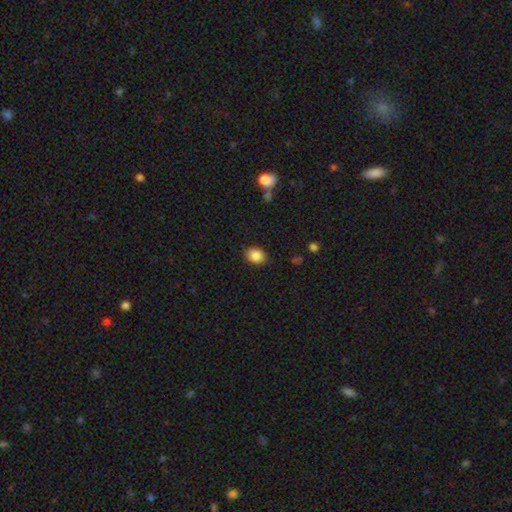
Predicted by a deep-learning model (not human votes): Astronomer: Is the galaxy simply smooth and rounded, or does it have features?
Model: smooth — 86%.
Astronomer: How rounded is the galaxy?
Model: in between — 52% (runner-up: round, 47%).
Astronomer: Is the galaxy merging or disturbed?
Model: none — 85%.